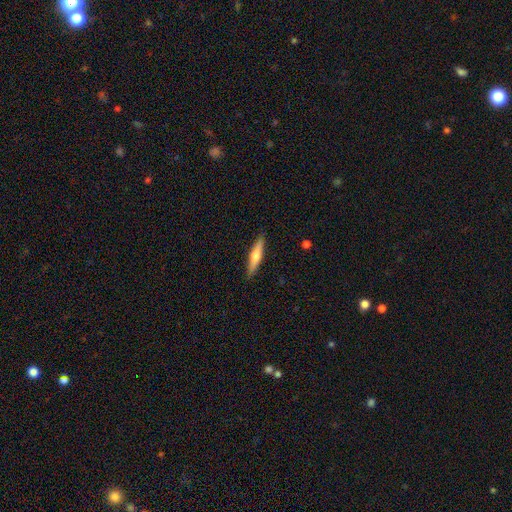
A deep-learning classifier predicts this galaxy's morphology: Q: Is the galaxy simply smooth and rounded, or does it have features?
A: smooth — 48%.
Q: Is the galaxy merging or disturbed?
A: none — 90%.